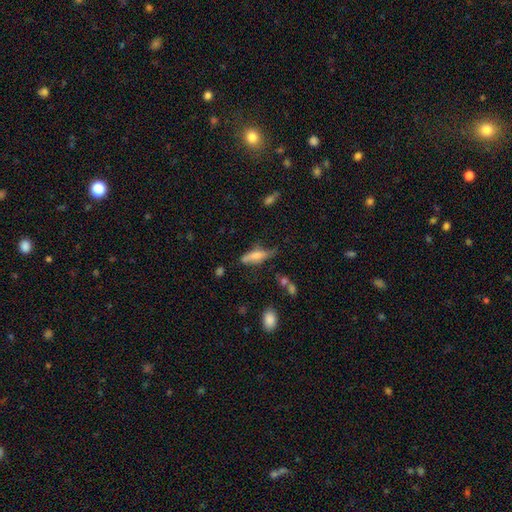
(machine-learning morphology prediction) smooth-or-featured: smooth: 65% | featured or disk: 27% | star or artifact: 8%
  how-rounded: cigar-shaped: 50% | in between: 47% | round: 2%
  merging: none: 50% | minor disturbance: 33% | major disturbance: 13% | merger: 5%